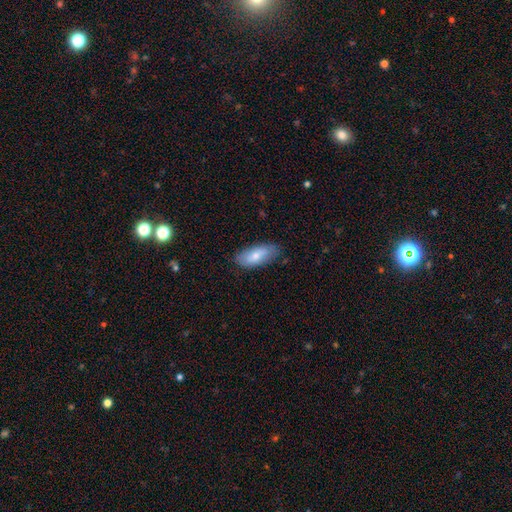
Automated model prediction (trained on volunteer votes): smooth_or_featured: smooth (p=0.72) [alt: featured or disk p=0.22]
how_rounded: in between (p=0.87) [alt: cigar-shaped p=0.11]
merging: none (p=0.78) [alt: minor disturbance p=0.17]